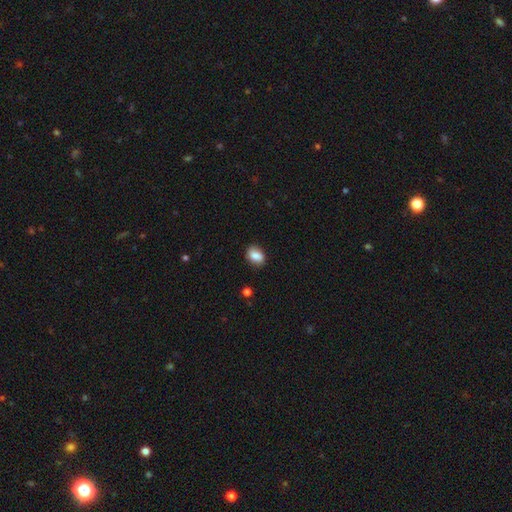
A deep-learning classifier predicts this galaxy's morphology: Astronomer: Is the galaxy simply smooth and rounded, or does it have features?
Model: smooth — 83%.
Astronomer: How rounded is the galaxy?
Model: in between — 73%.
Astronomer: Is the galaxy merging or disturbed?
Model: none — 79%.